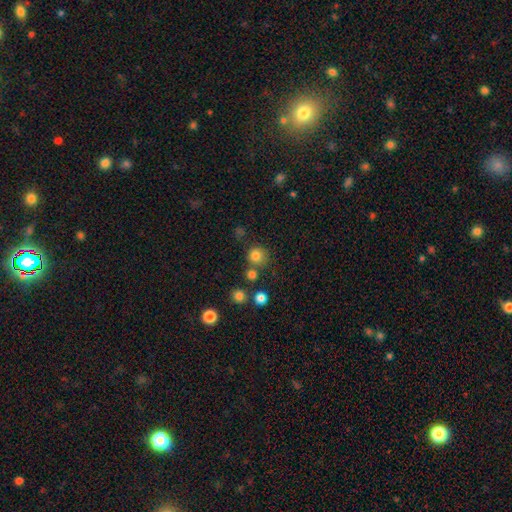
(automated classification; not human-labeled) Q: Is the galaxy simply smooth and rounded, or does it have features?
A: smooth — 79%.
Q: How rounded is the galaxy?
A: round — 91%.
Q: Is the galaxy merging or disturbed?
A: none — 74%.